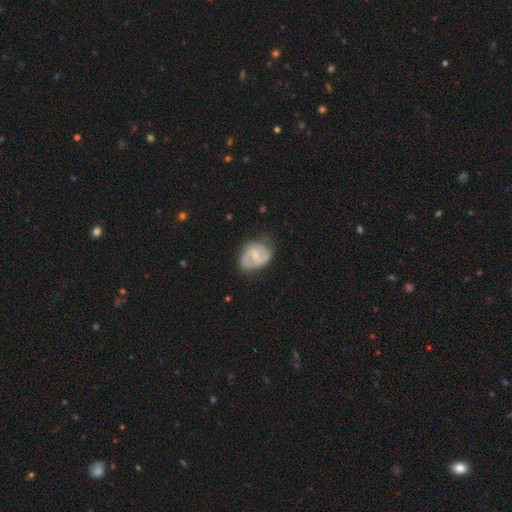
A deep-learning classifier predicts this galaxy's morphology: A featured or disk galaxy (75%) with a weak bar (54%), 2 (83%) medium (50%) spiral arms (90%) and a small central bulge (56%). Merging: none (65%).